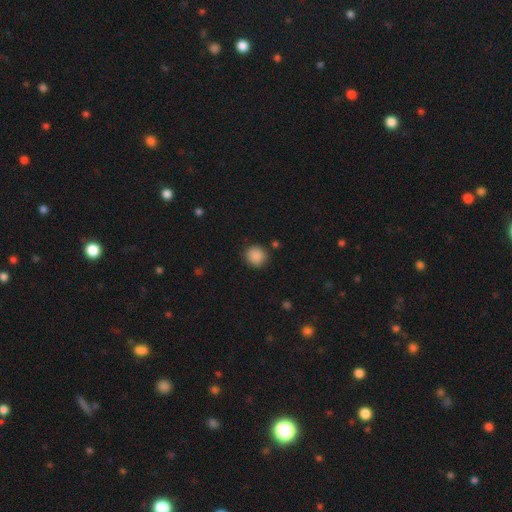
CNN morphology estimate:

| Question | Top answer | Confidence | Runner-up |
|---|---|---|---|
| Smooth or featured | smooth | 88% | star or artifact (9%) |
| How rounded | round | 89% | in between (10%) |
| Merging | none | 88% | minor disturbance (8%) |